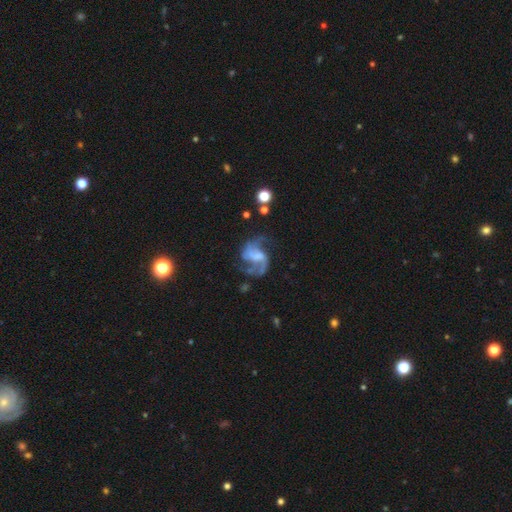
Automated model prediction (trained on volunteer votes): This appears to be a featured or disk galaxy (86%) with a weak bar (44%), 2 (84%) medium (46%) spiral arms (95%) and no central bulge (51%). Merging: none (57%).